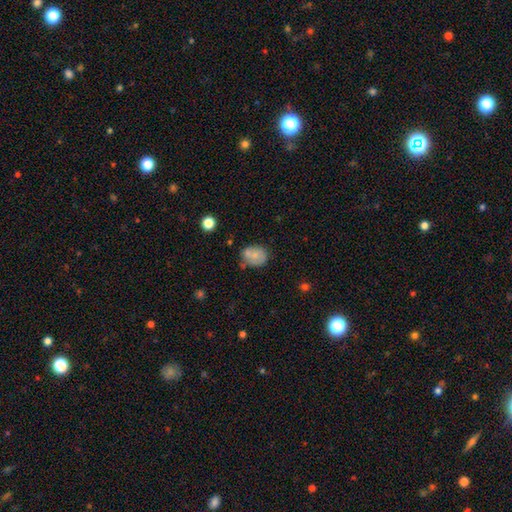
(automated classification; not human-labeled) Smooth or featured? smooth (71%)
How rounded? round (53%)
Merging? none (54%)